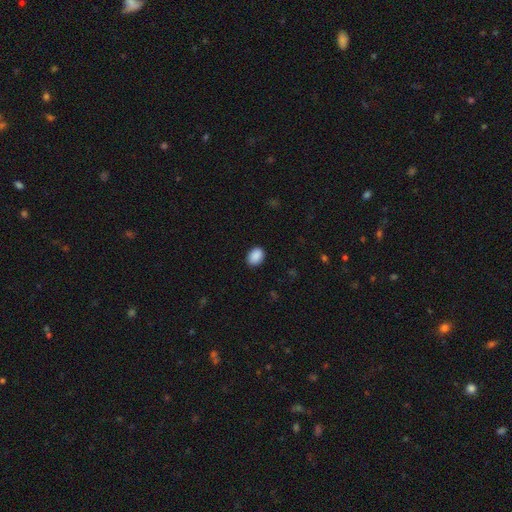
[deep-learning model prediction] Smooth or featured? smooth (90%)
How rounded? in between (75%)
Merging? none (88%)